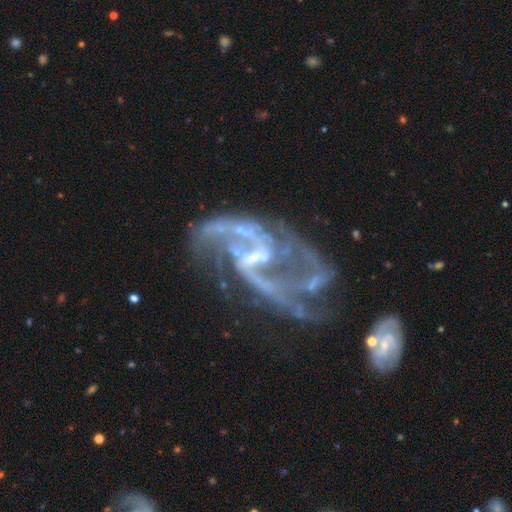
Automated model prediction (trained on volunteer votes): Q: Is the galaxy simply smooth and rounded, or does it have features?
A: featured or disk — 89%.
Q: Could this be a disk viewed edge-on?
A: no — 97%.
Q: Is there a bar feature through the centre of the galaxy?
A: weak — 51%.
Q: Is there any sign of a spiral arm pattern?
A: yes — 93%.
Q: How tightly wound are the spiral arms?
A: loose — 54%.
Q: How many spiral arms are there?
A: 2 — 63%.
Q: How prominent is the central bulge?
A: small — 59%.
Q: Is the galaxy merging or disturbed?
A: major disturbance — 34%.